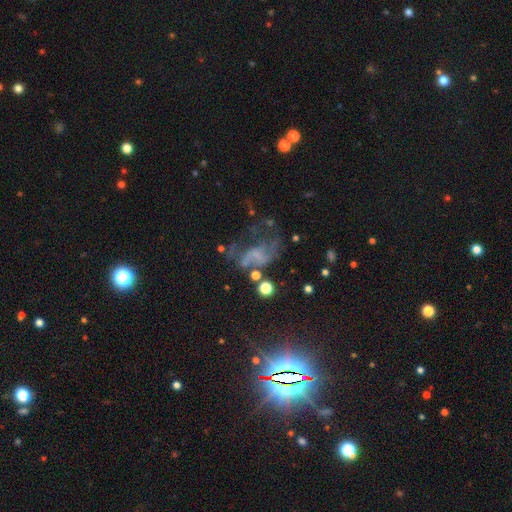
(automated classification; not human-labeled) Morphology: type=featured or disk (53%); edge-on=no (96%); bar=no (68%); spiral arms=no (51%); bulge=none (64%); merging=major disturbance (43%).